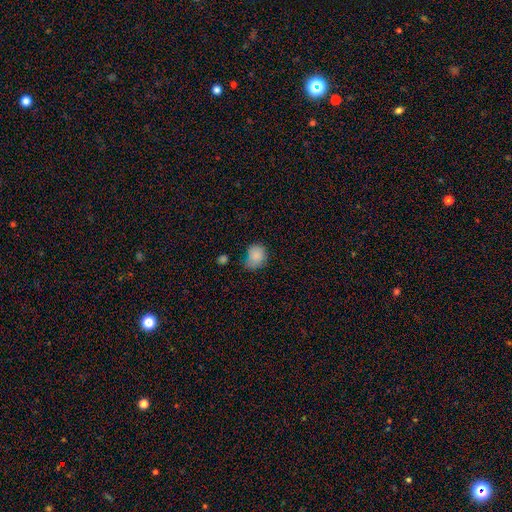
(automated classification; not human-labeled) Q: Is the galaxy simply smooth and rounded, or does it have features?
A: smooth — 83%.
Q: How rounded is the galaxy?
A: round — 60%.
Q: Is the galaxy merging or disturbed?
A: none — 46%.